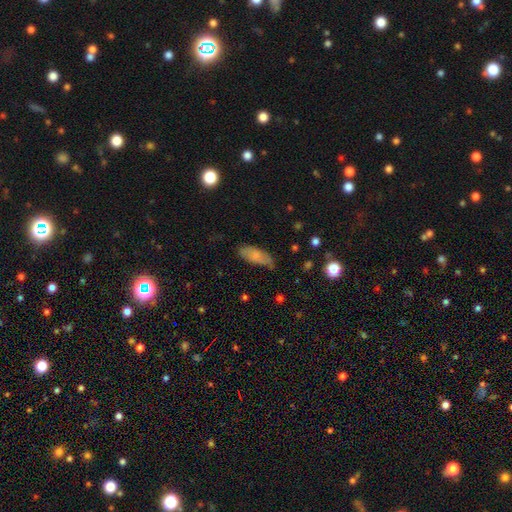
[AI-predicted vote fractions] Smooth or featured? smooth (76%)
How rounded? in between (76%)
Merging? none (66%)